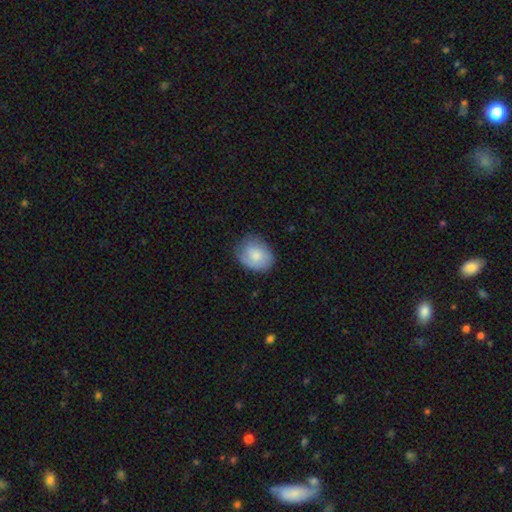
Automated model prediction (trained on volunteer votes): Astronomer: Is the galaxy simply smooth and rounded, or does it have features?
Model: smooth — 69%.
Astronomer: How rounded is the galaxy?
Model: in between — 55% (runner-up: round, 44%).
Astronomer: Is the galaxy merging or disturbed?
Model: none — 67%.